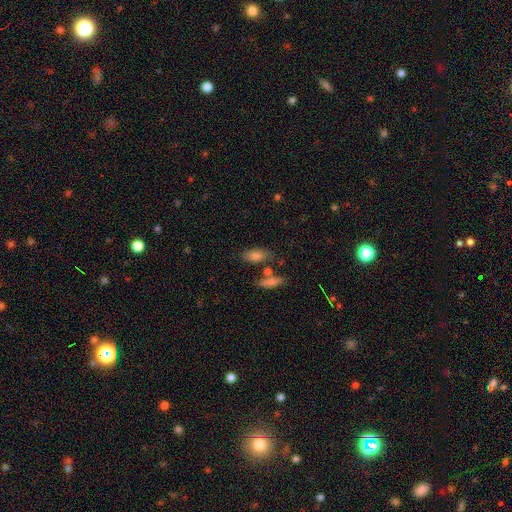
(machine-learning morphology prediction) smooth_or_featured: smooth (p=0.79) [alt: featured or disk p=0.13]
how_rounded: in between (p=0.85) [alt: cigar-shaped p=0.10]
merging: none (p=0.62) [alt: minor disturbance p=0.17]